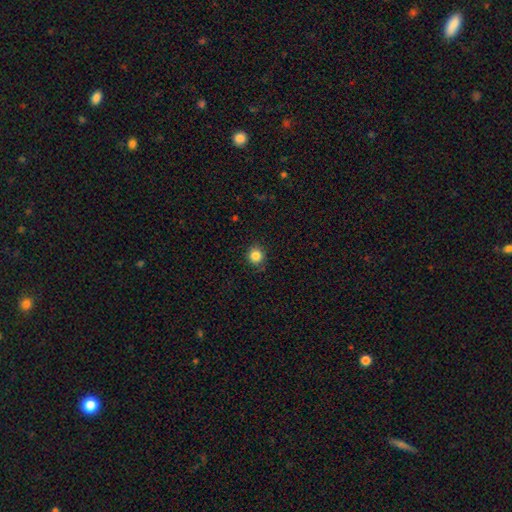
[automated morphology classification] Smooth or featured: smooth — 85% (star or artifact — 11%)
How rounded: round — 92% (in between — 7%)
Merging: none — 88% (minor disturbance — 9%)